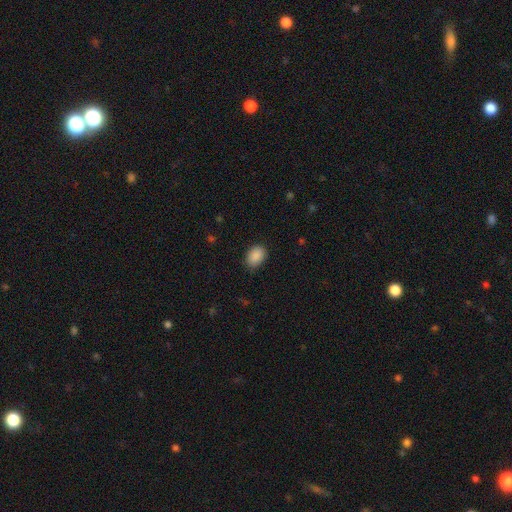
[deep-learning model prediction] smooth-or-featured: smooth: 89% | star or artifact: 8% | featured or disk: 3%
  how-rounded: in between: 74% | round: 25% | cigar-shaped: 1%
  merging: none: 80% | minor disturbance: 16% | major disturbance: 3% | merger: 1%